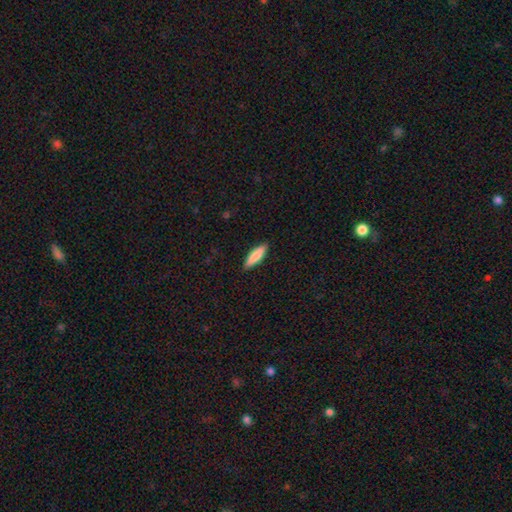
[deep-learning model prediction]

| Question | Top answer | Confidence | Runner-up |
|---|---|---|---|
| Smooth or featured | smooth | 82% | featured or disk (13%) |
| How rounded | cigar-shaped | 63% | in between (36%) |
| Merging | none | 89% | minor disturbance (8%) |